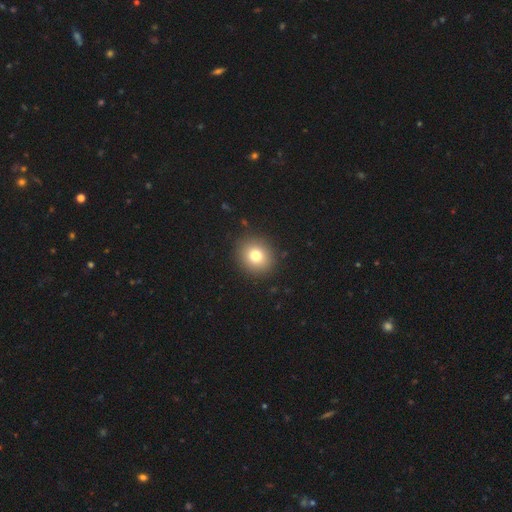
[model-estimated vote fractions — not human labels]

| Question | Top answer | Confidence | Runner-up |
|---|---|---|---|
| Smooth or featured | smooth | 78% | star or artifact (12%) |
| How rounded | round | 82% | in between (18%) |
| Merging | none | 90% | minor disturbance (6%) |